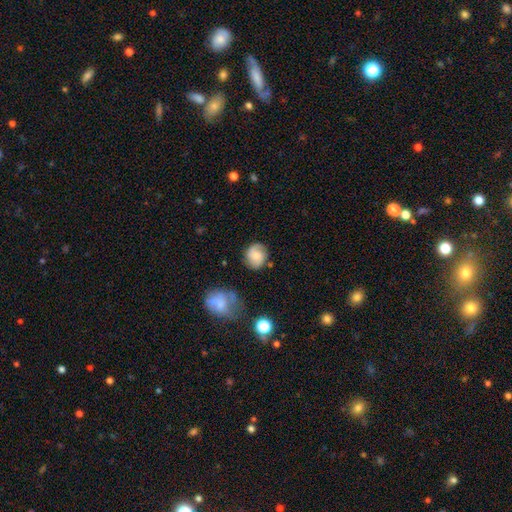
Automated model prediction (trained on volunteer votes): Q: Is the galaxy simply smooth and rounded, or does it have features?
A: smooth — 54%.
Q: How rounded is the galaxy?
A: round — 71%.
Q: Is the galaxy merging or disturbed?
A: none — 72%.